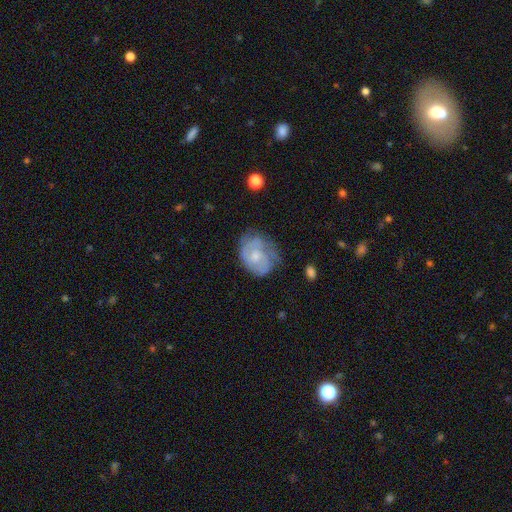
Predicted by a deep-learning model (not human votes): Smooth or featured: featured or disk — 55% (smooth — 38%)
Edge-on disk: no — 97% (yes — 3%)
Bar: no — 76% (weak — 21%)
Spiral arms: yes — 70% (no — 30%)
Bulge size: moderate — 45% (small — 44%)
Merging: none — 51% (minor disturbance — 31%)